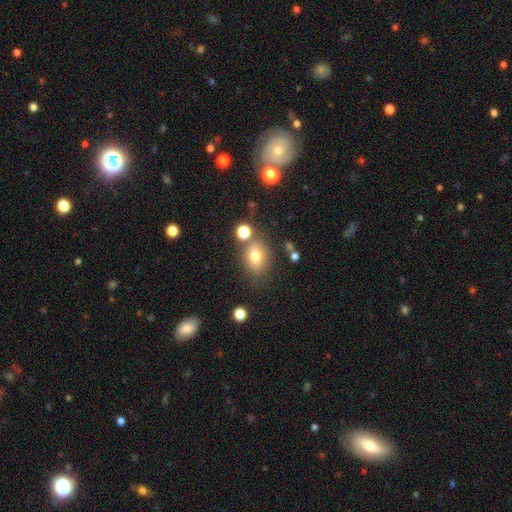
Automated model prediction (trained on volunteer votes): Smooth or featured? smooth (74%)
How rounded? in between (63%)
Merging? none (67%)